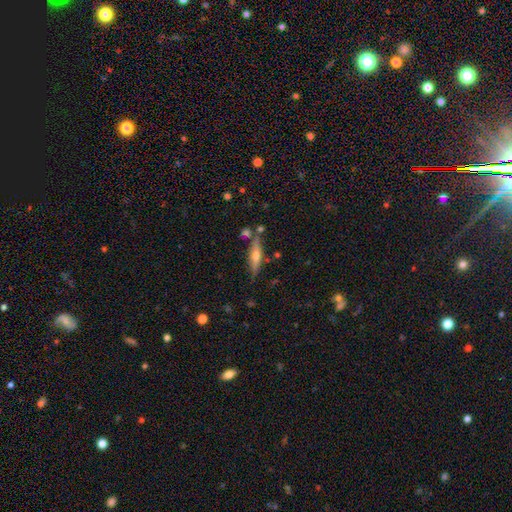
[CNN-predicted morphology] Smooth or featured?
  - featured or disk: 62% *
  - smooth: 30%
  - star or artifact: 7%
Edge-on disk?
  - yes: 94% *
  - no: 6%
Edge-on bulge?
  - rounded: 88% *
  - boxy: 7%
  - none: 5%
Merging?
  - none: 76% *
  - minor disturbance: 13%
  - merger: 8%
  - major disturbance: 3%